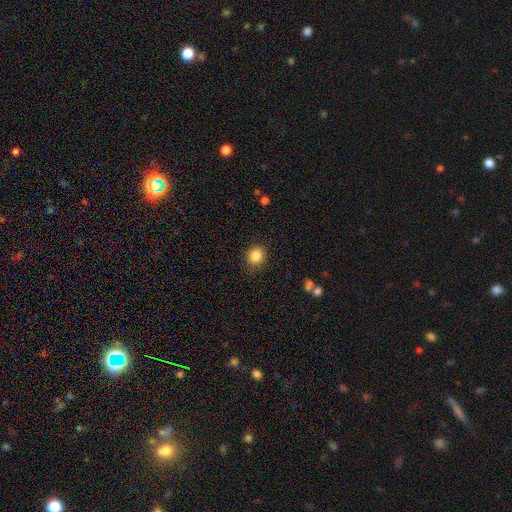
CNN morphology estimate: This appears to be a smooth galaxy with no disk features (85%) that is round (73%). Merging: none (86%).